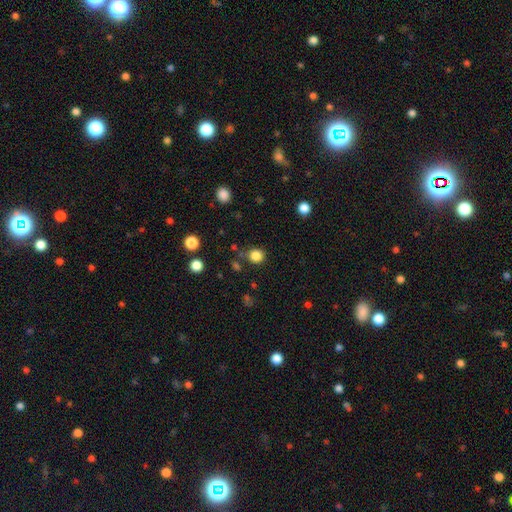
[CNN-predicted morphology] This appears to be a smooth galaxy with no disk features (84%) that is round (88%). Merging: none (81%).